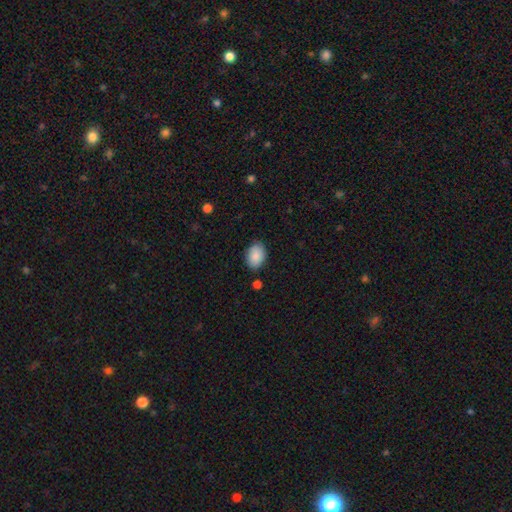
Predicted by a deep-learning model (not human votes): Smooth or featured: smooth — 89% (star or artifact — 7%)
How rounded: in between — 81% (round — 18%)
Merging: none — 83% (minor disturbance — 12%)